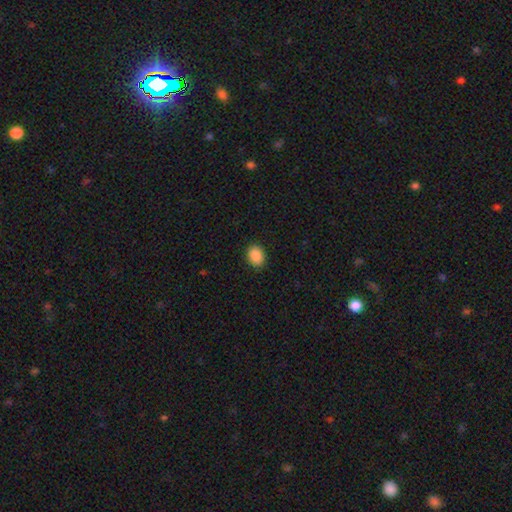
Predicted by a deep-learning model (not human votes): Morphology: type=smooth (90%); roundness=in between (67%); merging=none (90%).